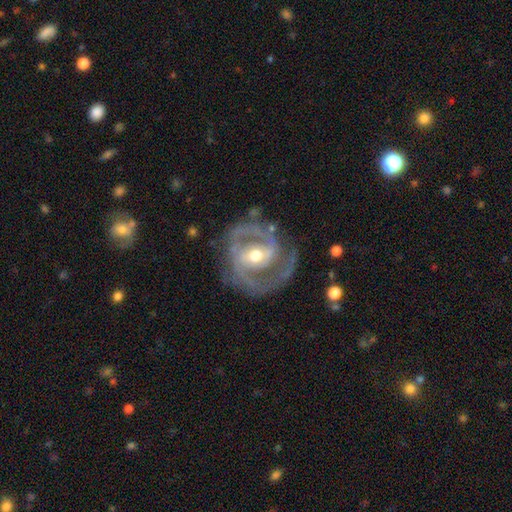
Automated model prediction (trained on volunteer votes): Overall: featured or disk (89%). Edge-on disk: no (97%). Bar: weak (41%; no 36%). Spiral arms: yes (95%). Spiral arm count: 2 (74%). Spiral winding: medium (47%; tight 43%). Bulge size: moderate (71%). Merging: none (71%).